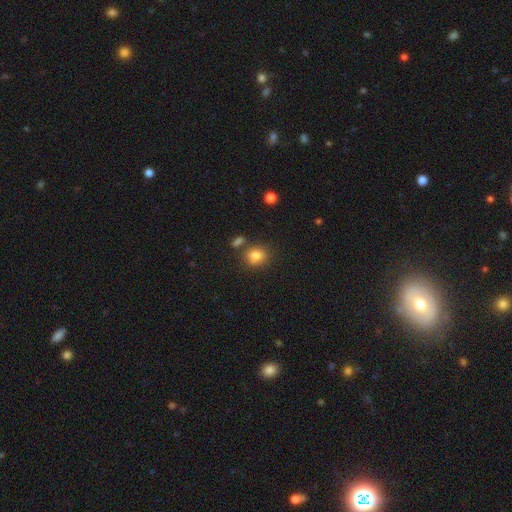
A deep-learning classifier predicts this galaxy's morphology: smooth-or-featured: smooth: 81% | star or artifact: 12% | featured or disk: 7%
  how-rounded: round: 67% | in between: 32% | cigar-shaped: 1%
  merging: none: 72% | minor disturbance: 12% | merger: 12% | major disturbance: 3%